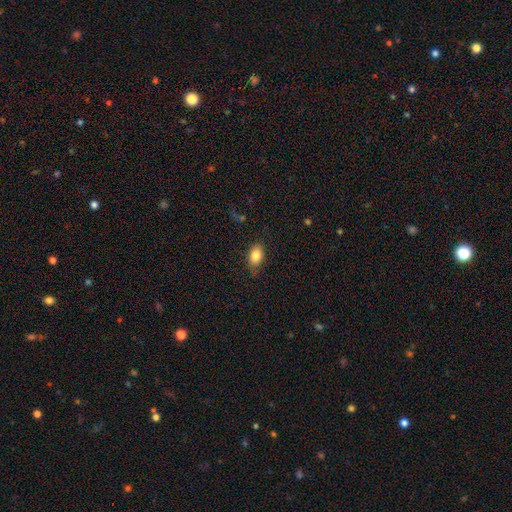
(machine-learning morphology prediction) Smooth or featured? smooth (83%)
How rounded? in between (86%)
Merging? none (78%)